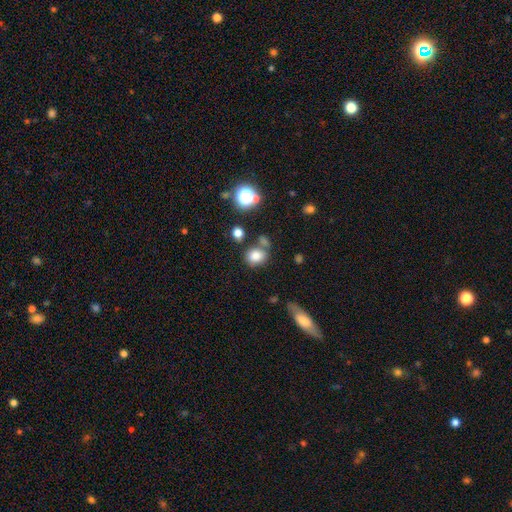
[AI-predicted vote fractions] Overall: smooth (79%). How rounded: round (54%; in between 45%). Merging: none (61%).